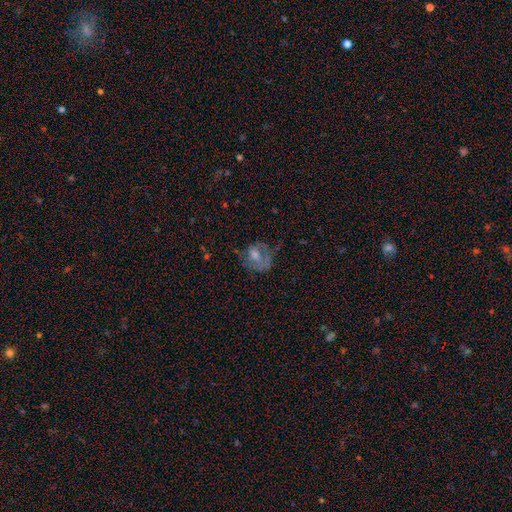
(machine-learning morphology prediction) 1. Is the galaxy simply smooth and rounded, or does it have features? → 46% featured or disk, 44% smooth, 10% star or artifact.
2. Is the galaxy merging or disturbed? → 39% none, 33% major disturbance, 25% minor disturbance, 3% merger.